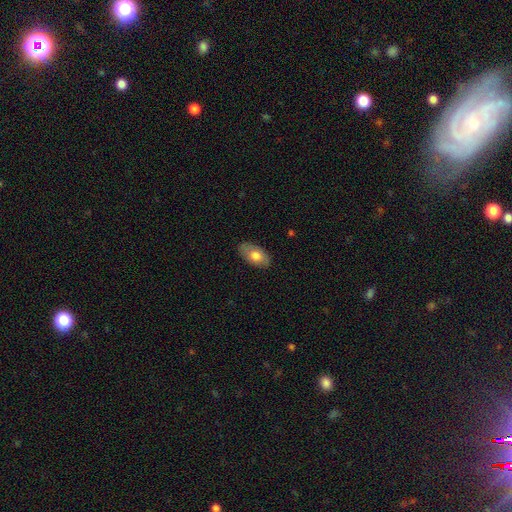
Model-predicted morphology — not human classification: smooth_or_featured: smooth (p=0.72) [alt: featured or disk p=0.22]
how_rounded: in between (p=0.93) [alt: round p=0.05]
merging: none (p=0.81) [alt: minor disturbance p=0.15]